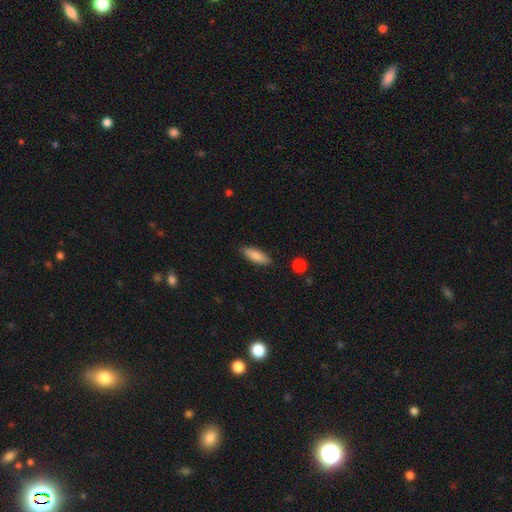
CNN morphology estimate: The model was most divided on "how rounded": in between: 59%, cigar-shaped: 39%, round: 2%. More confident: merging — none (86%); smooth or featured — smooth (85%).